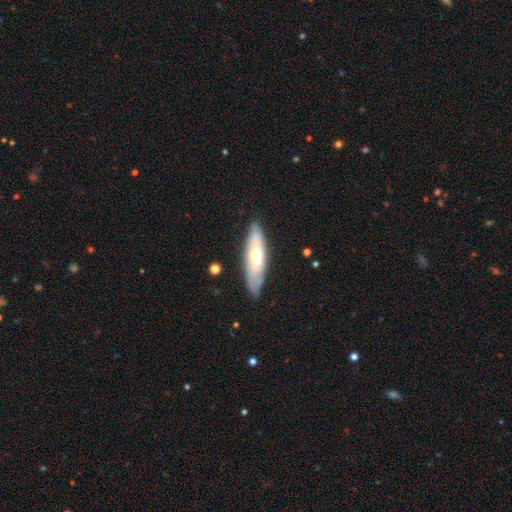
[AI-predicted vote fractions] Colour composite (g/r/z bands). It shows a smooth galaxy with no disk features (51%) that is cigar-shaped (53%). Merging: none (81%).